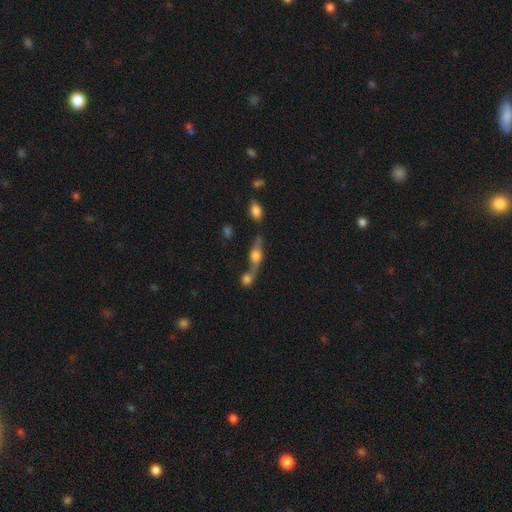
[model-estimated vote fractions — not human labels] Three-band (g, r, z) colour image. It shows a featured or disk galaxy (50%). Merging: merger (50%).